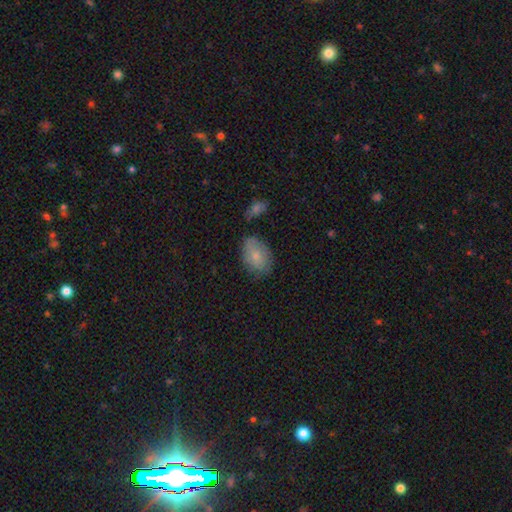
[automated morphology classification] smooth 74%, featured or disk 19%, star or artifact 7%. Down the decision tree: how rounded — in between (84%); merging — none (66%).